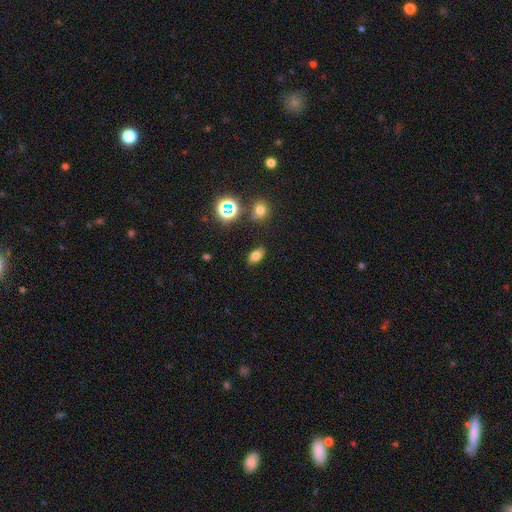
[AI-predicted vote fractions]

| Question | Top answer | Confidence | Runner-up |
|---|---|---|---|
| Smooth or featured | smooth | 73% | star or artifact (17%) |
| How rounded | in between | 85% | round (12%) |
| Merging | none | 85% | minor disturbance (10%) |